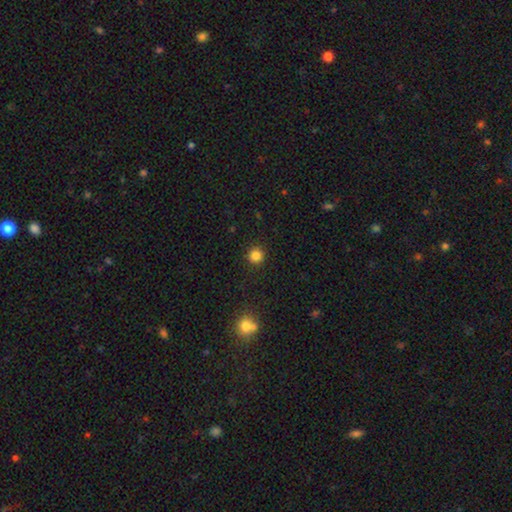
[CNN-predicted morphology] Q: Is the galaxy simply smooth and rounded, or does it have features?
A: smooth — 84%.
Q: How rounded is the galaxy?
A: round — 95%.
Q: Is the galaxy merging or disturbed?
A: none — 91%.